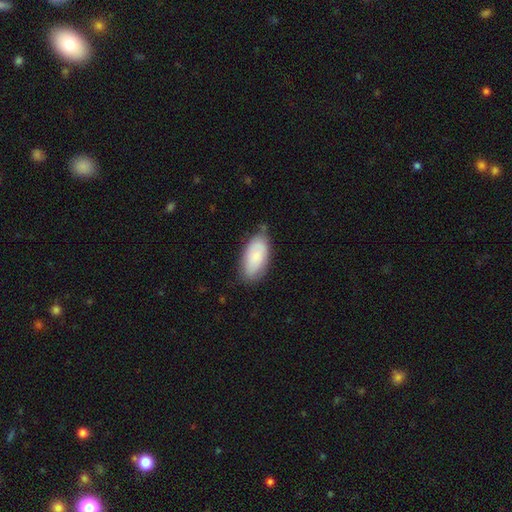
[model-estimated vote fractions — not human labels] smooth_or_featured: smooth (p=0.75) [alt: featured or disk p=0.19]
how_rounded: in between (p=0.93) [alt: cigar-shaped p=0.04]
merging: none (p=0.67) [alt: minor disturbance p=0.25]